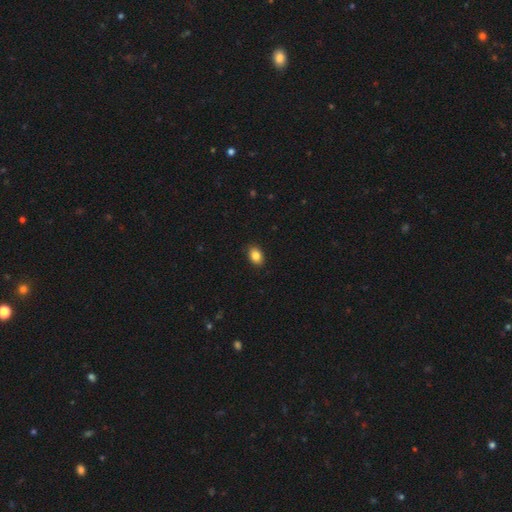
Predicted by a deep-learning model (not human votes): This appears to be a smooth galaxy with no disk features (86%) that is in between round and cigar-shaped (78%). Merging: none (90%).